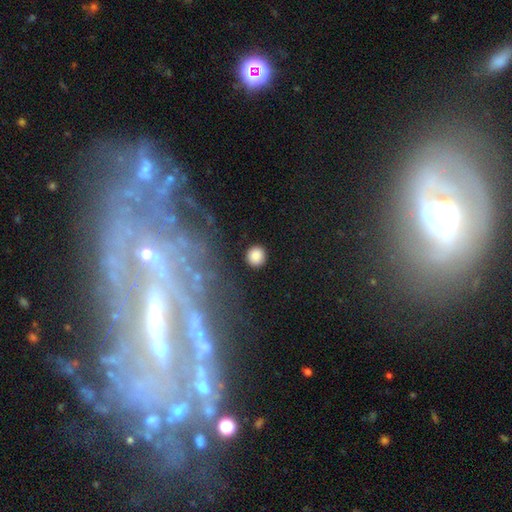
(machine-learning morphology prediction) A smooth galaxy with no disk features (84%) that is round (92%). Merging: none (88%).